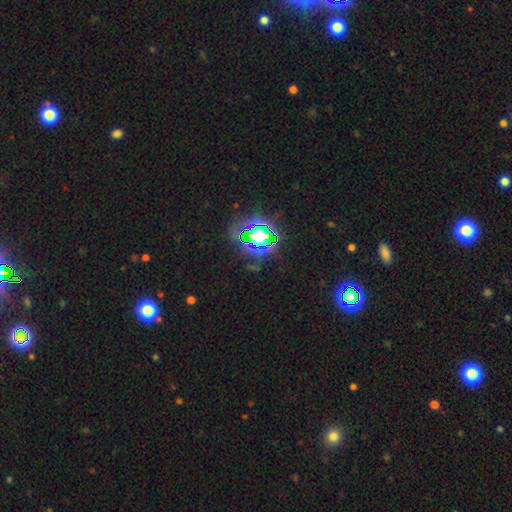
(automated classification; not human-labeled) Smooth or featured?
  - star or artifact: 80% *
  - smooth: 13%
  - featured or disk: 8%